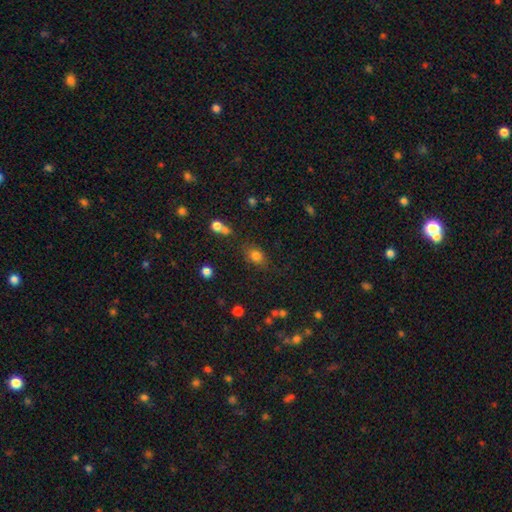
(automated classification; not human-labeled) smooth-or-featured: smooth: 78% | star or artifact: 13% | featured or disk: 9%
  how-rounded: in between: 63% | round: 35% | cigar-shaped: 2%
  merging: none: 72% | minor disturbance: 16% | merger: 6% | major disturbance: 6%